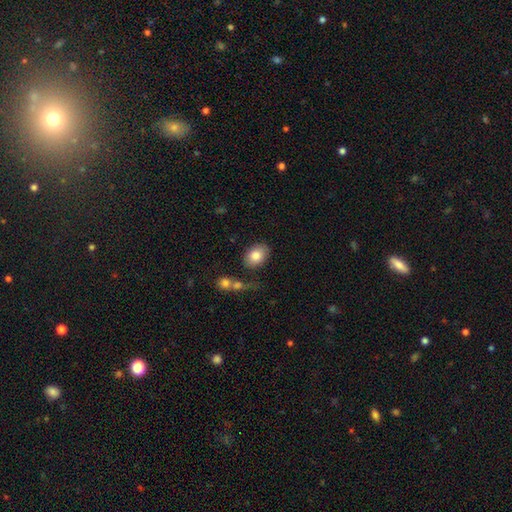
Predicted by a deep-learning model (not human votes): This appears to be a smooth galaxy with no disk features (83%) that is in between round and cigar-shaped (74%). Merging: none (73%).